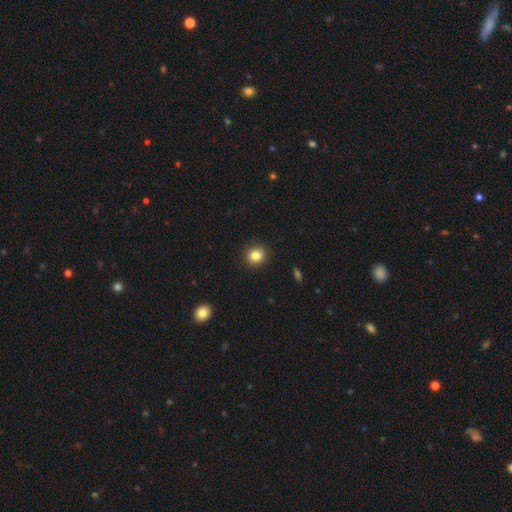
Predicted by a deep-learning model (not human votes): This is clearly a smooth galaxy (84%). How rounded: clearly round (84%). Merging: clearly none (91%).